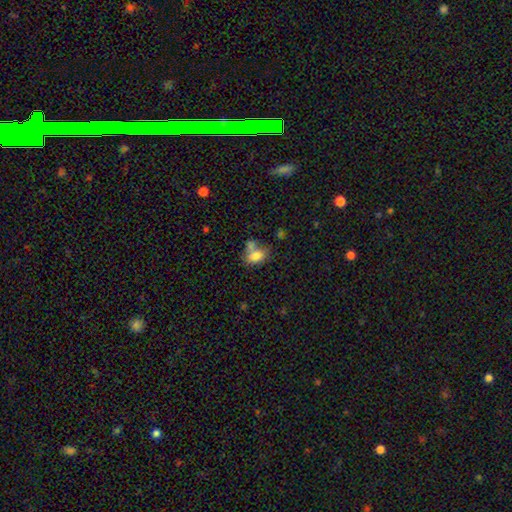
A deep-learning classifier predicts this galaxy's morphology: This is likely a smooth galaxy (77%). How rounded: likely in between (75%). Merging: marginally none (40%).